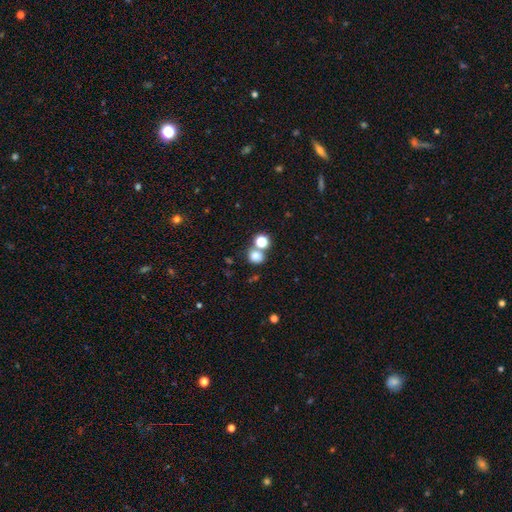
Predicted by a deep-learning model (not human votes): Morphology: type=smooth (77%); roundness=round (73%); merging=none (55%).